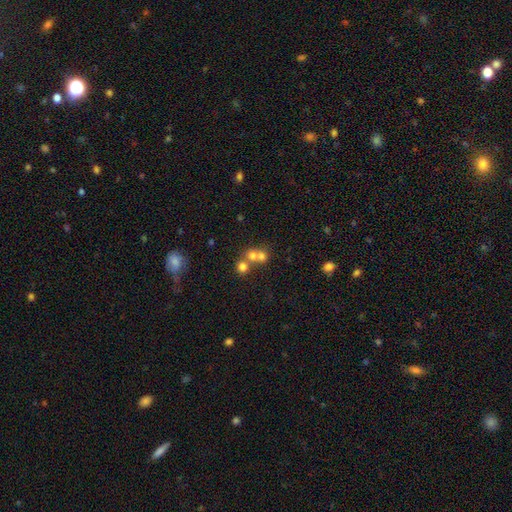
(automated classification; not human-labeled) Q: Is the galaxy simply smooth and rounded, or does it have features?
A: smooth — 67%.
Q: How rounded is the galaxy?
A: round — 83%.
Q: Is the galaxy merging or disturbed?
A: merger — 57%.